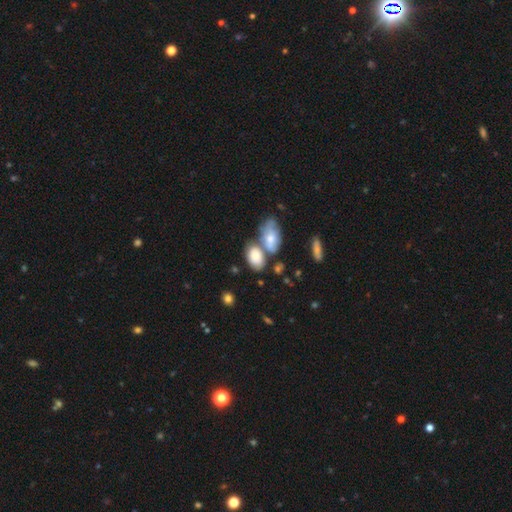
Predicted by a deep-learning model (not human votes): Morphology: type=smooth (72%); roundness=in between (88%); merging=merger (42%).